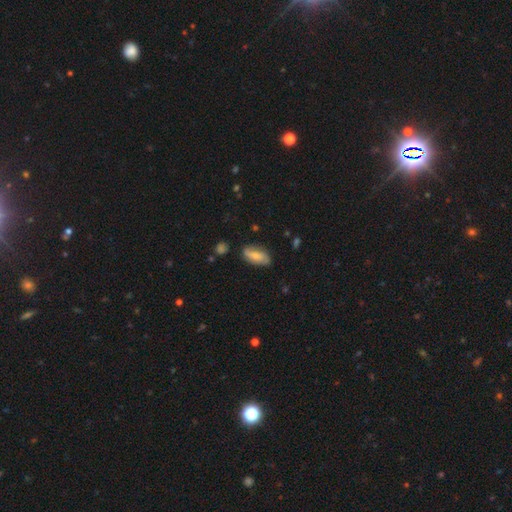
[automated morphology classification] smooth-or-featured: smooth: 66% | featured or disk: 27% | star or artifact: 7%
  how-rounded: in between: 85% | cigar-shaped: 12% | round: 3%
  merging: none: 76% | minor disturbance: 19% | major disturbance: 4% | merger: 2%